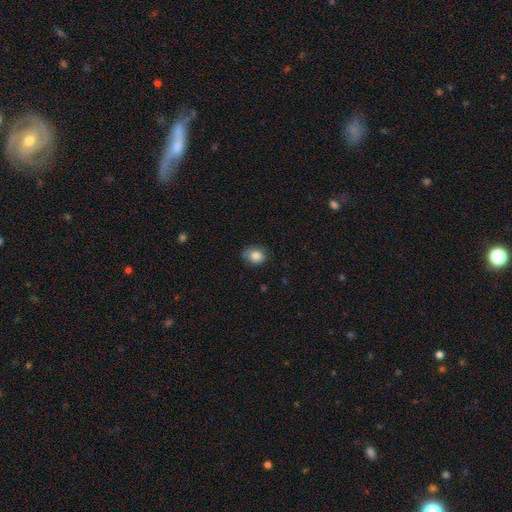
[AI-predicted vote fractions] Smooth or featured: smooth — 81% (featured or disk — 10%)
How rounded: round — 62% (in between — 37%)
Merging: none — 73% (minor disturbance — 21%)